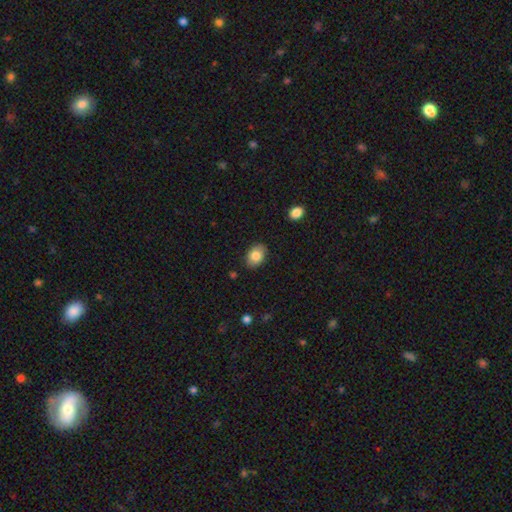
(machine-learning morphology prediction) Overall: smooth (84%). How rounded: in between (78%). Merging: none (86%).